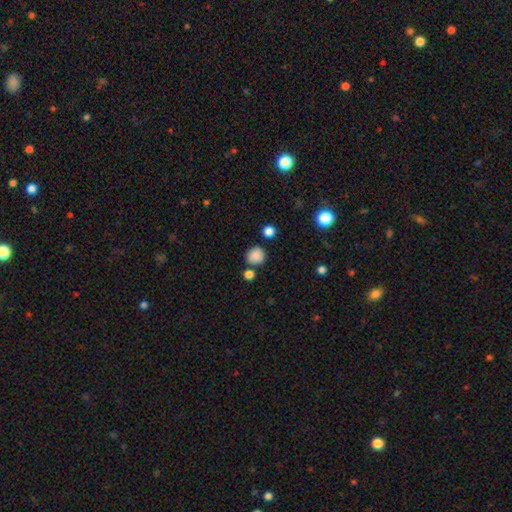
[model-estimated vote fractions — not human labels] Smooth or featured: smooth — 85% (star or artifact — 11%)
How rounded: round — 85% (in between — 14%)
Merging: none — 74% (minor disturbance — 12%)